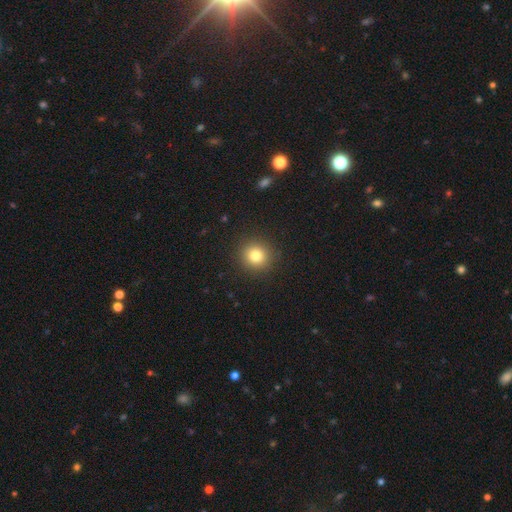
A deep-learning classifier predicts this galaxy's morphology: Smooth or featured? Predicted: smooth (p=0.81). How rounded? Predicted: round (p=0.92). Merging? Predicted: none (p=0.91).